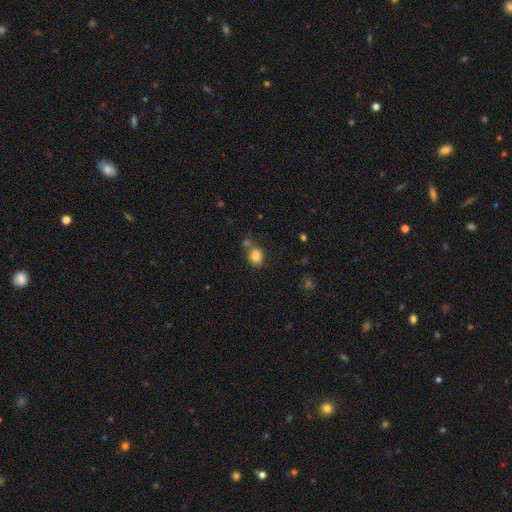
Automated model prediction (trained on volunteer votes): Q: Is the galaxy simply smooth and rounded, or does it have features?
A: smooth — 84%.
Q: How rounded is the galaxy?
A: round — 61%.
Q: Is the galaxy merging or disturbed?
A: none — 64%.